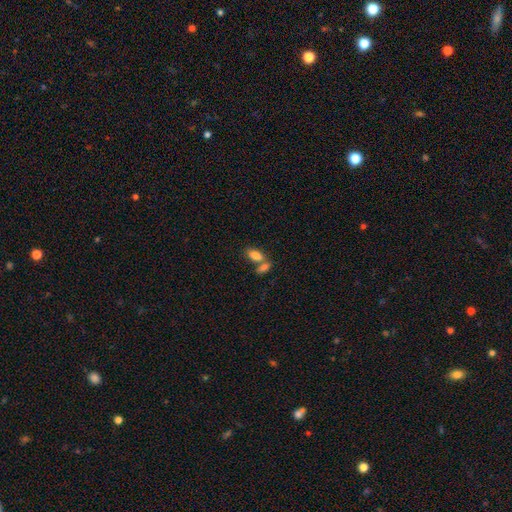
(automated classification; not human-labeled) The model was most divided on "merging": merger: 47%, none: 41%, minor disturbance: 9%, major disturbance: 4%. More confident: how rounded — in between (90%); smooth or featured — smooth (82%).